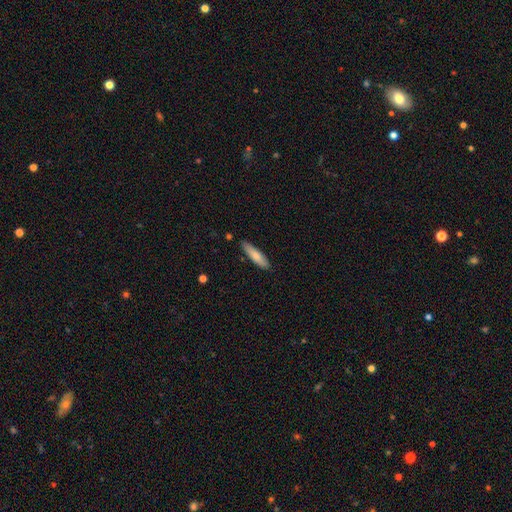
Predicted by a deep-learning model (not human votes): A smooth galaxy with no disk features (78%) that is cigar-shaped (74%). Merging: none (85%).